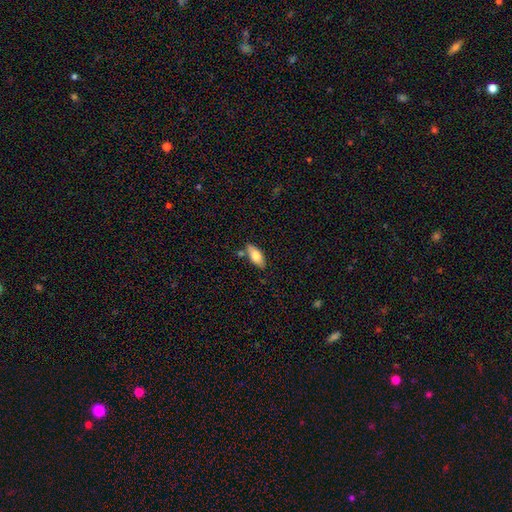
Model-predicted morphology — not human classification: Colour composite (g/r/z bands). It shows a smooth galaxy with no disk features (75%) that is in between round and cigar-shaped (84%). Merging: none (75%).